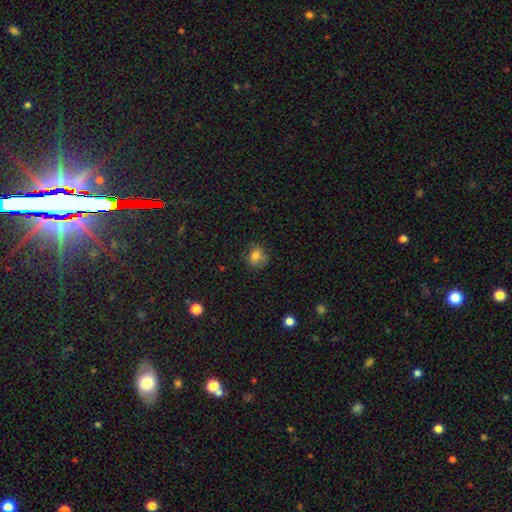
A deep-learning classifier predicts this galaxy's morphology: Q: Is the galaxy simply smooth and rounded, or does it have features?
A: smooth — 78%.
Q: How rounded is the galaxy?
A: round — 71%.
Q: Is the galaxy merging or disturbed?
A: none — 73%.